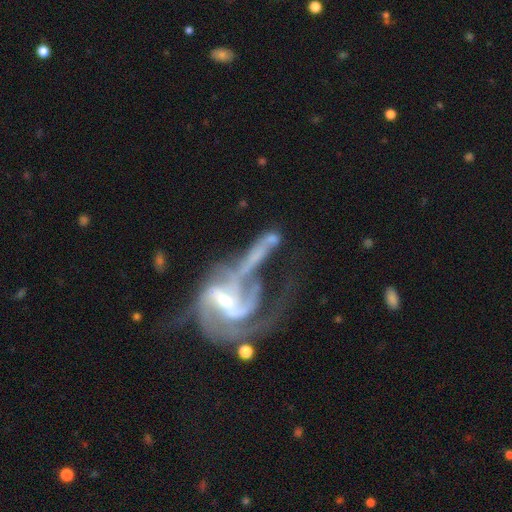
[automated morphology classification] Overall: featured or disk (86%). Edge-on disk: no (95%). Bar: weak (38%, tied with strong). Spiral arms: yes (91%). Spiral arm count: 2 (47%; can't tell 19%). Spiral winding: medium (43%; loose 34%). Bulge size: small (55%; moderate 37%). Merging: major disturbance (38%; merger 30%).